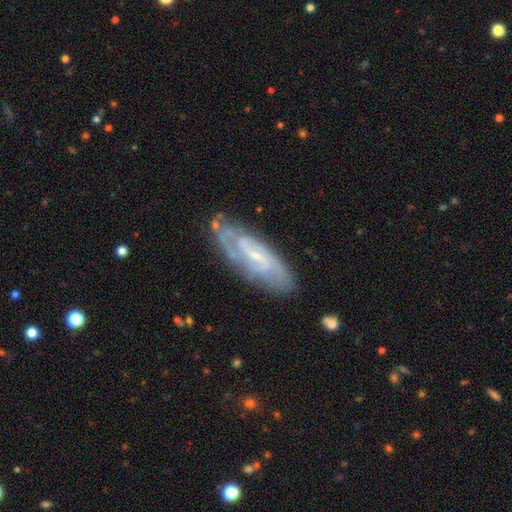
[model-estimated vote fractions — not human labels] smooth_or_featured: featured or disk (p=0.81) [alt: smooth p=0.13]
disk_edge_on: no (p=0.88) [alt: yes p=0.12]
bar: weak (p=0.48) [alt: no p=0.33]
has_spiral_arms: yes (p=0.92) [alt: no p=0.08]
spiral_winding: tight (p=0.52) [alt: medium p=0.37]
spiral_arm_count: 2 (p=0.48) [alt: can't tell p=0.30]
bulge_size: small (p=0.74) [alt: moderate p=0.17]
merging: none (p=0.74) [alt: minor disturbance p=0.18]